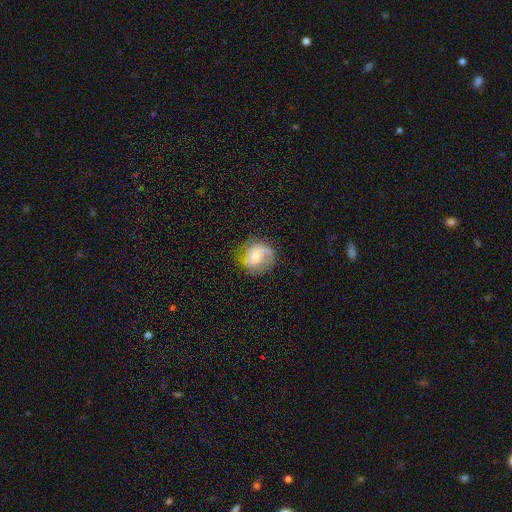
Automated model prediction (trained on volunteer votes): featured or disk 64%, smooth 29%, star or artifact 7%. Down the decision tree: edge-on disk — no (98%); bar — no (61%); spiral arms — yes (88%); spiral arm count — 2 (58%); spiral winding — medium (43%); bulge size — moderate (51%); merging — none (66%).